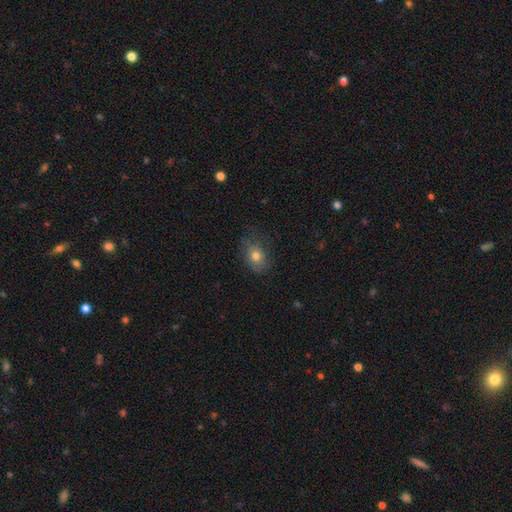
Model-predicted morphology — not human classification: smooth-or-featured: smooth: 75% | featured or disk: 14% | star or artifact: 11%
  how-rounded: in between: 64% | round: 35% | cigar-shaped: 1%
  merging: none: 69% | minor disturbance: 22% | major disturbance: 8% | merger: 1%